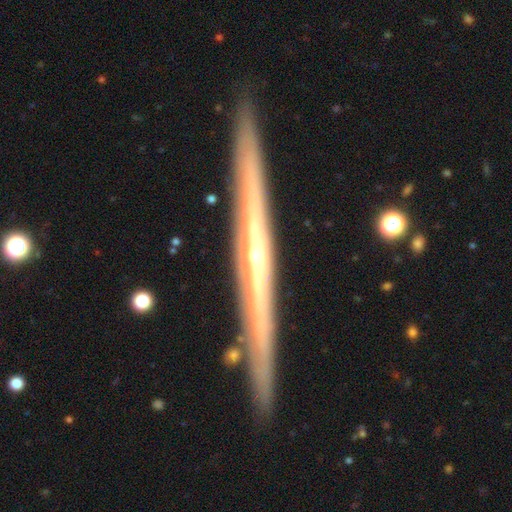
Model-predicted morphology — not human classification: A featured or disk galaxy (84%) viewed edge-on (97%) with a rounded central bulge (56%).

Vote fractions:
- Smooth or featured? featured or disk: 84% / smooth: 11% / star or artifact: 6%
- Edge-on disk? yes: 97% / no: 3%
- Edge-on bulge? rounded: 56% / none: 40% / boxy: 4%
- Merging? none: 91% / minor disturbance: 6% / merger: 1% / major disturbance: 1%